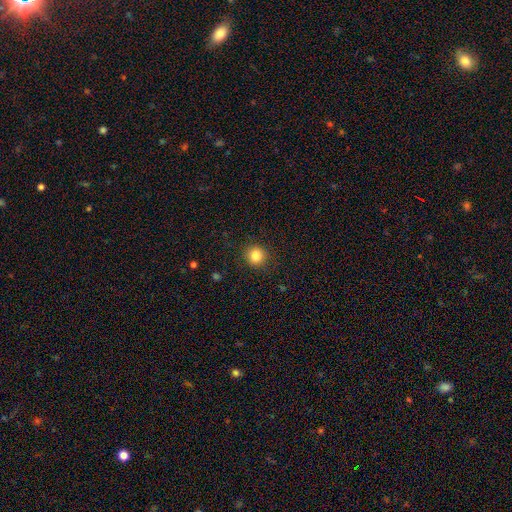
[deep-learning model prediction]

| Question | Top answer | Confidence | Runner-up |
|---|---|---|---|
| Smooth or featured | smooth | 84% | star or artifact (11%) |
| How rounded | round | 93% | in between (6%) |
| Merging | none | 90% | minor disturbance (6%) |